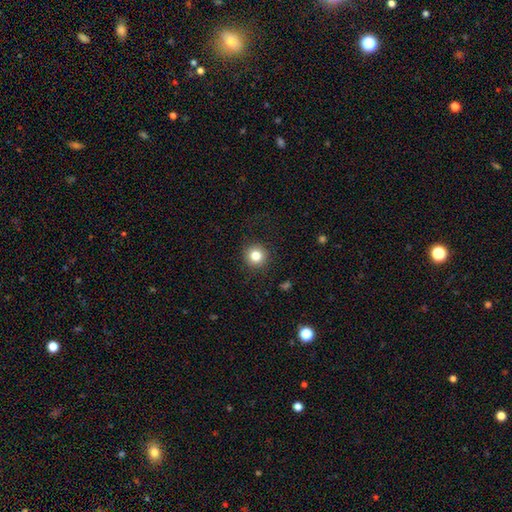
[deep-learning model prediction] This is clearly a smooth galaxy (81%). How rounded: clearly round (95%). Merging: clearly none (90%).